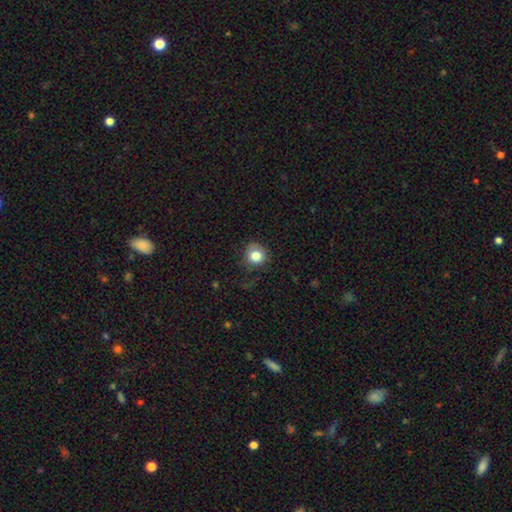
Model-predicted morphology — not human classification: Q: Smooth or featured?
A: smooth (80%); runner-up: star or artifact (11%)
Q: How rounded?
A: round (86%); runner-up: in between (13%)
Q: Merging?
A: none (73%); runner-up: minor disturbance (18%)